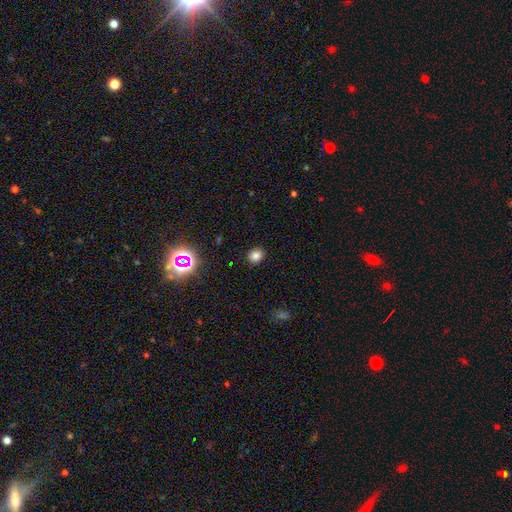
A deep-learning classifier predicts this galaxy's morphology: smooth_or_featured: smooth (p=0.80) [alt: star or artifact p=0.14]
how_rounded: round (p=0.63) [alt: in between p=0.36]
merging: none (p=0.89) [alt: minor disturbance p=0.07]